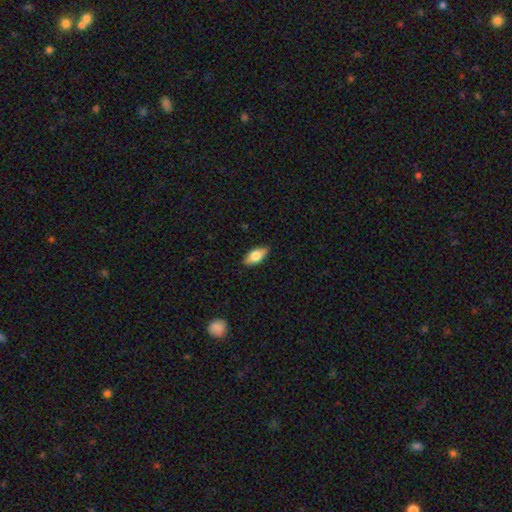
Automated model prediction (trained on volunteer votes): A smooth galaxy with no disk features (71%) that is in between round and cigar-shaped (84%). Merging: none (87%).